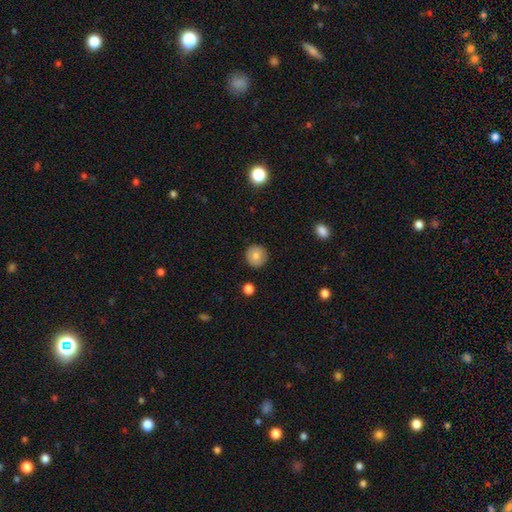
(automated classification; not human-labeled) smooth_or_featured: smooth (p=0.79) [alt: featured or disk p=0.12]
how_rounded: round (p=0.94) [alt: in between p=0.05]
merging: none (p=0.89) [alt: minor disturbance p=0.08]